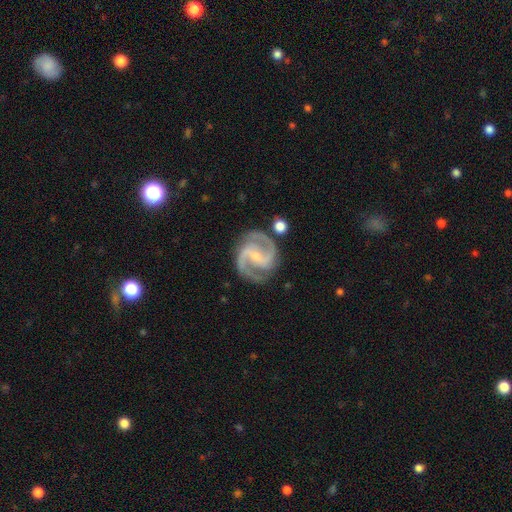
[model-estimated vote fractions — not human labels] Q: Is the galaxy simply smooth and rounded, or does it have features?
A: featured or disk — 93%.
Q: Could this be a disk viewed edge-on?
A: no — 98%.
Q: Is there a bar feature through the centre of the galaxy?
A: weak — 41%.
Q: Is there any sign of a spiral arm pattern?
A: yes — 99%.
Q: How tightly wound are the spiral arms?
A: medium — 63%.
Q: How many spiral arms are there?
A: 2 — 87%.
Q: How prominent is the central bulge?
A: small — 66%.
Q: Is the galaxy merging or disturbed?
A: none — 81%.